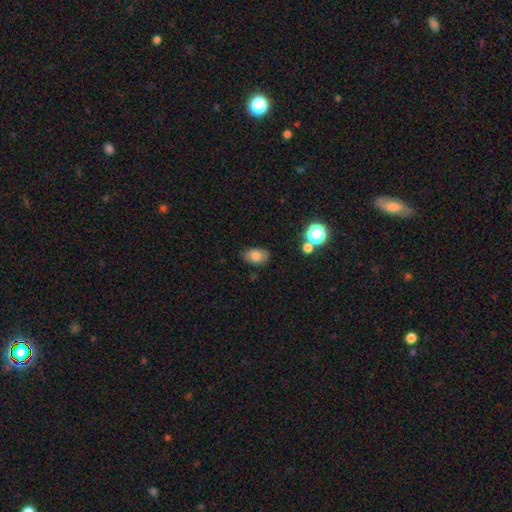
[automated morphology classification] A smooth galaxy with no disk features (79%) that is in between round and cigar-shaped (87%). Merging: none (79%).